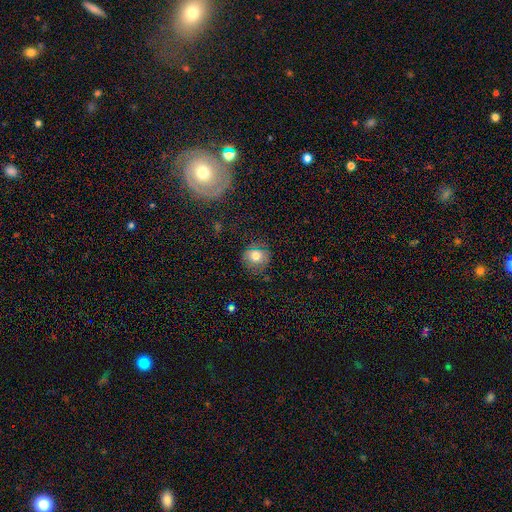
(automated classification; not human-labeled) This appears to be a smooth galaxy with no disk features (76%) that is round (88%). Merging: none (78%).